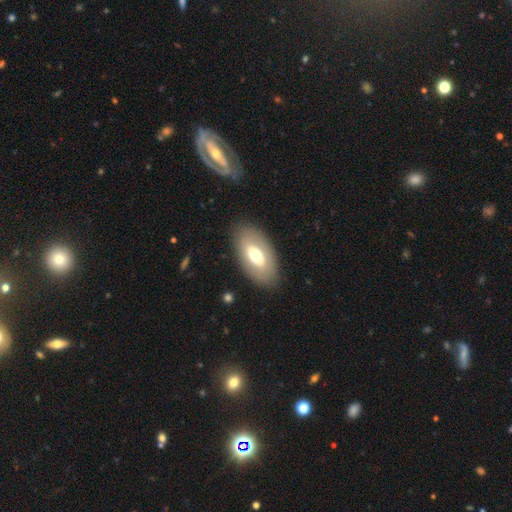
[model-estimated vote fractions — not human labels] This is possibly a smooth galaxy (57%). How rounded: clearly in between (93%). Merging: clearly none (85%).